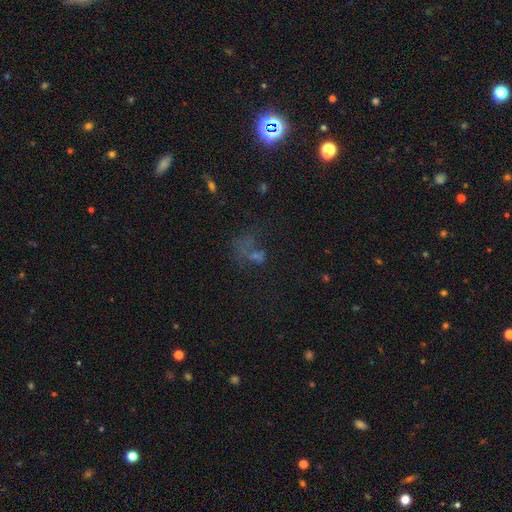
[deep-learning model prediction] star or artifact 39%, smooth 35%, featured or disk 26%.